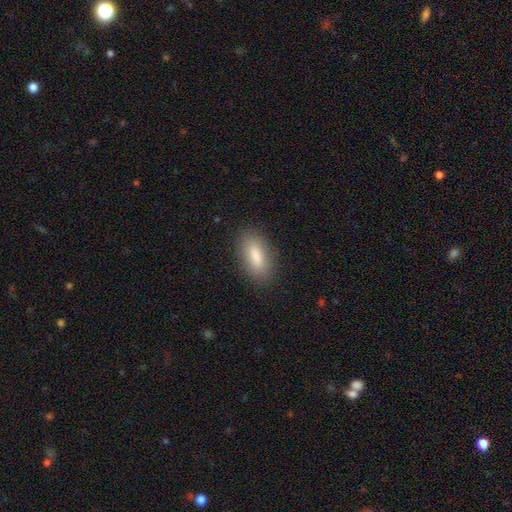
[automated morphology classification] Smooth or featured?
  - smooth: 83% *
  - featured or disk: 10%
  - star or artifact: 8%
How rounded?
  - in between: 81% *
  - cigar-shaped: 16%
  - round: 3%
Merging?
  - none: 86% *
  - minor disturbance: 10%
  - major disturbance: 3%
  - merger: 1%